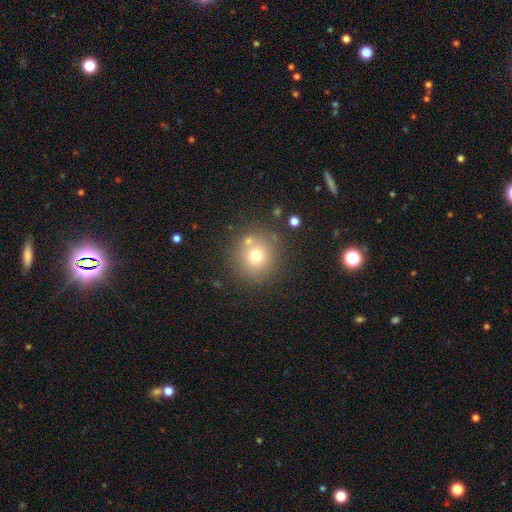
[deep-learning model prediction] Morphology: type=smooth (71%); roundness=round (92%); merging=none (77%).